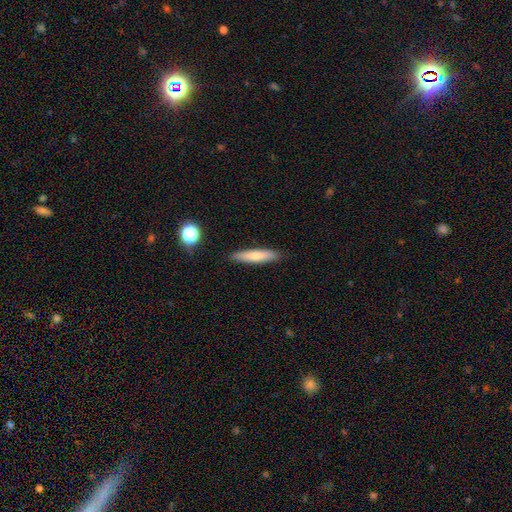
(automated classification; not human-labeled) Smooth or featured: smooth — 72% (featured or disk — 22%)
How rounded: cigar-shaped — 87% (in between — 12%)
Merging: none — 89% (minor disturbance — 8%)